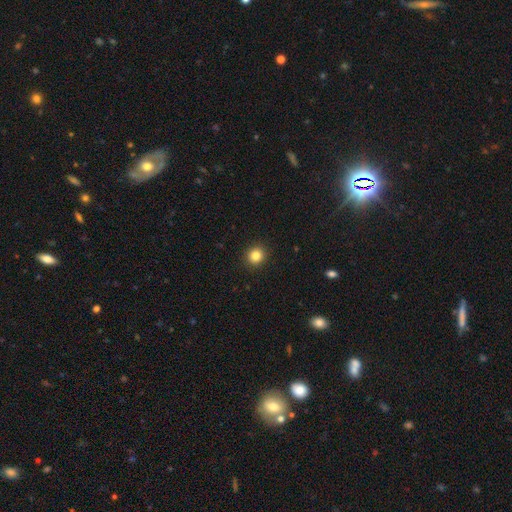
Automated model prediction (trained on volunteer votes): Smooth or featured?
  - smooth: 84% *
  - star or artifact: 11%
  - featured or disk: 5%
How rounded?
  - round: 91% *
  - in between: 8%
  - cigar-shaped: 1%
Merging?
  - none: 92% *
  - minor disturbance: 5%
  - major disturbance: 2%
  - merger: 1%